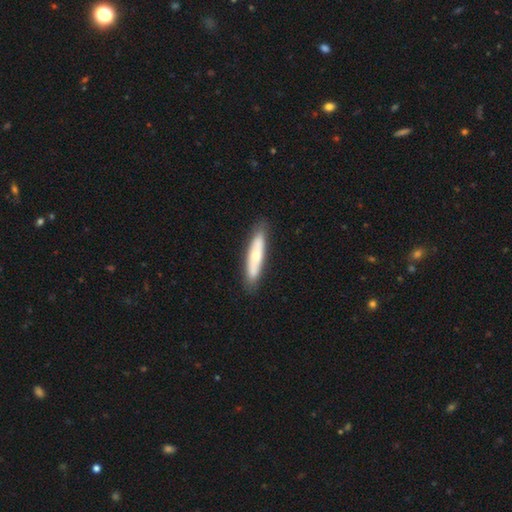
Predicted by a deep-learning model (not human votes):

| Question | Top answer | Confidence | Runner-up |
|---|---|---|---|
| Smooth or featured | smooth | 57% | featured or disk (37%) |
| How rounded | cigar-shaped | 84% | in between (14%) |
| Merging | none | 86% | minor disturbance (10%) |